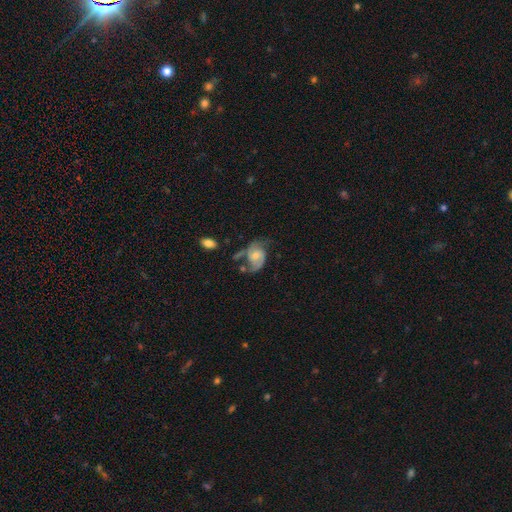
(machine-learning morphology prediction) A featured or disk galaxy (75%) with no bar (58%), 2 (83%) medium (46%) spiral arms (91%) and a moderate central bulge (47%).

Vote fractions:
- Smooth or featured? featured or disk: 75% / smooth: 18% / star or artifact: 7%
- Edge-on disk? no: 97% / yes: 3%
- Bar? no: 58% / weak: 34% / strong: 8%
- Spiral arms? yes: 91% / no: 9%
- Spiral winding? medium: 46% / loose: 37% / tight: 17%
- Spiral arm count? 2: 83% / can't tell: 7% / 1: 6% / 3: 2% / 4: 1% / more than 4: 1%
- Bulge size? moderate: 47% / small: 42% / large: 5% / none: 5% / dominant: 1%
- Merging? none: 45% / minor disturbance: 25% / major disturbance: 21% / merger: 9%